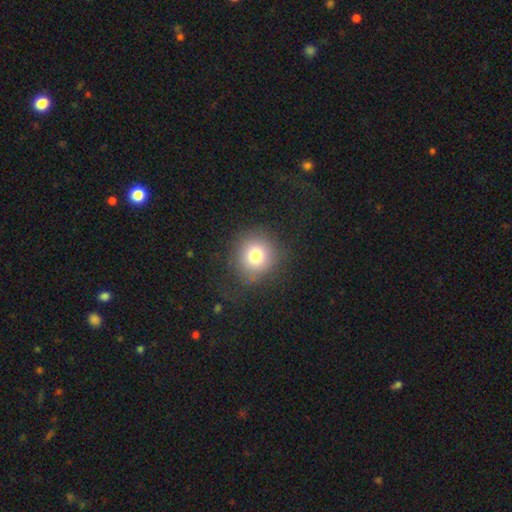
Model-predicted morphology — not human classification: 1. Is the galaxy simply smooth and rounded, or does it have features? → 78% smooth, 12% star or artifact, 10% featured or disk.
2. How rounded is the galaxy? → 91% round, 9% in between, 1% cigar-shaped.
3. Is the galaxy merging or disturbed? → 79% none, 12% minor disturbance, 8% major disturbance, 1% merger.